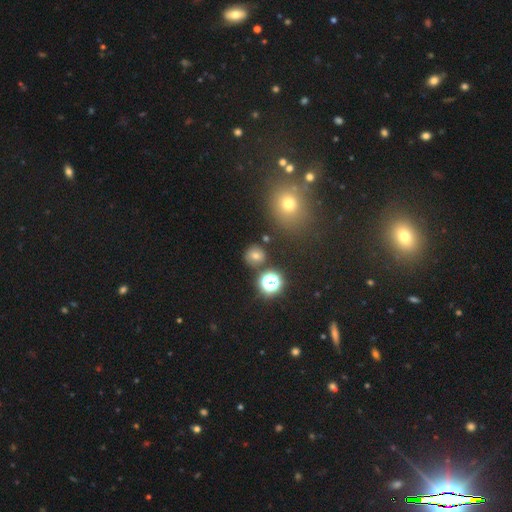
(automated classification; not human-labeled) smooth 60%, star or artifact 30%, featured or disk 10%. Down the decision tree: how rounded — round (85%); merging — none (83%).